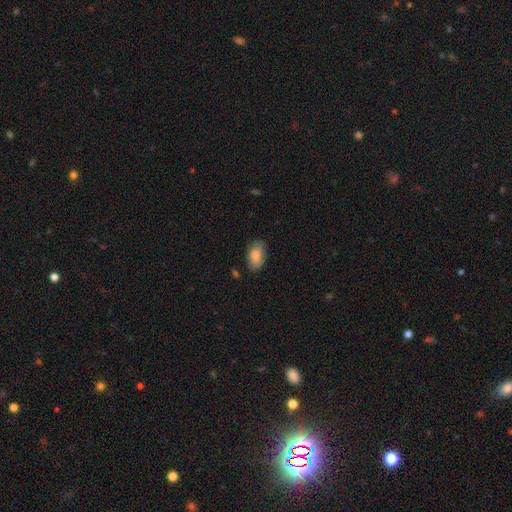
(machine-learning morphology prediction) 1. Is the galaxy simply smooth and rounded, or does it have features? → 85% smooth, 8% featured or disk, 6% star or artifact.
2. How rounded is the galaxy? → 93% in between, 5% round, 2% cigar-shaped.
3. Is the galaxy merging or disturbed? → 78% none, 17% minor disturbance, 4% major disturbance, 2% merger.